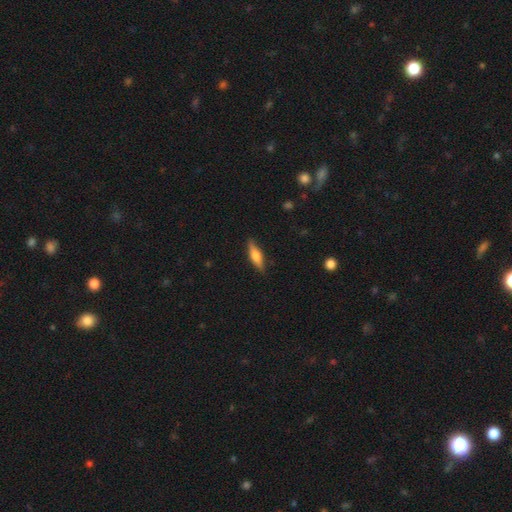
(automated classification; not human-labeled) Overall: smooth (49%; featured or disk 44%). Merging: none (86%).